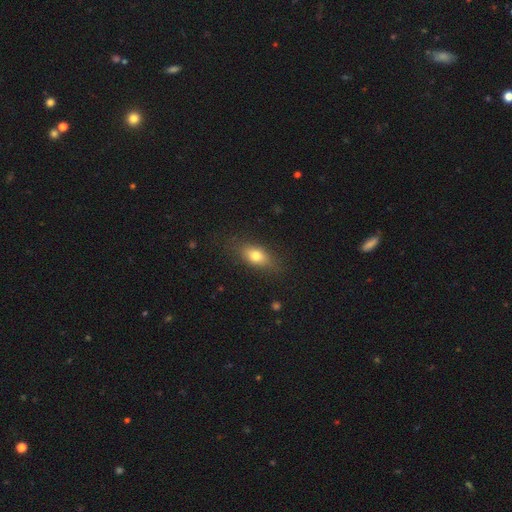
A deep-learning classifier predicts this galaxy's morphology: A smooth galaxy with no disk features (74%) that is in between round and cigar-shaped (79%). Merging: none (80%).